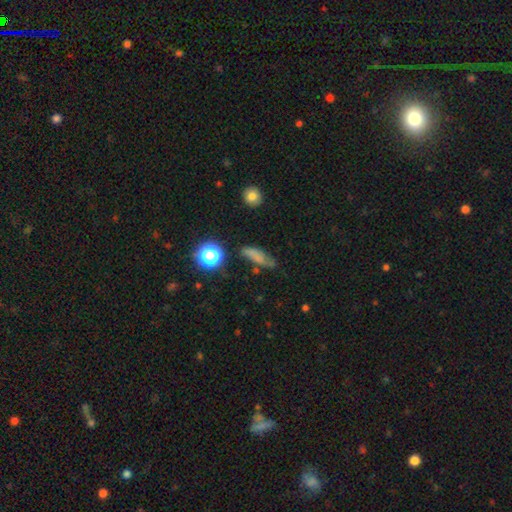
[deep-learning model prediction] This appears to be a smooth galaxy with no disk features (62%) that is in between round and cigar-shaped (45%). Merging: none (56%).